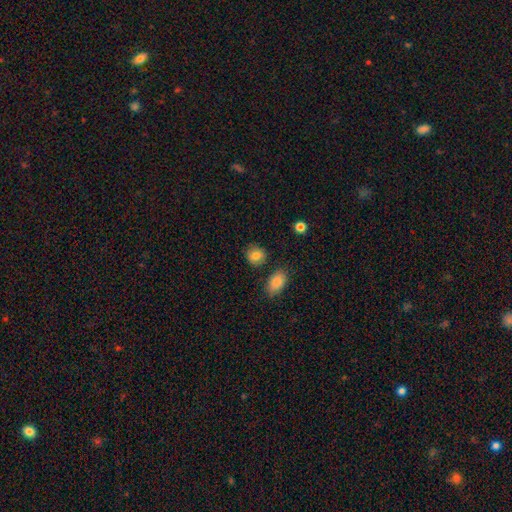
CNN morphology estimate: Overall: smooth (83%). How rounded: round (73%). Merging: none (81%).